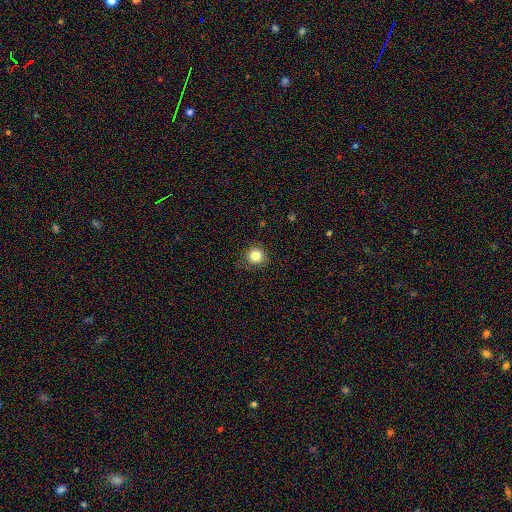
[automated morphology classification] type=smooth (83%); roundness=round (92%); merging=none (84%).